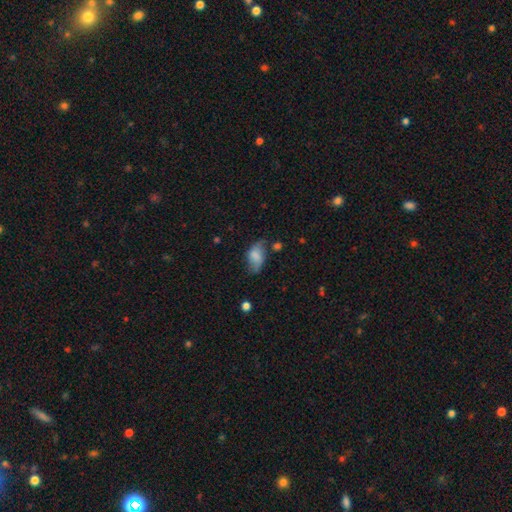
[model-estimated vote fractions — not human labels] A smooth galaxy with no disk features (66%) that is in between round and cigar-shaped (90%).

Vote fractions:
- Smooth or featured? smooth: 66% / featured or disk: 25% / star or artifact: 9%
- How rounded? in between: 90% / round: 7% / cigar-shaped: 3%
- Merging? none: 47% / minor disturbance: 33% / major disturbance: 15% / merger: 5%